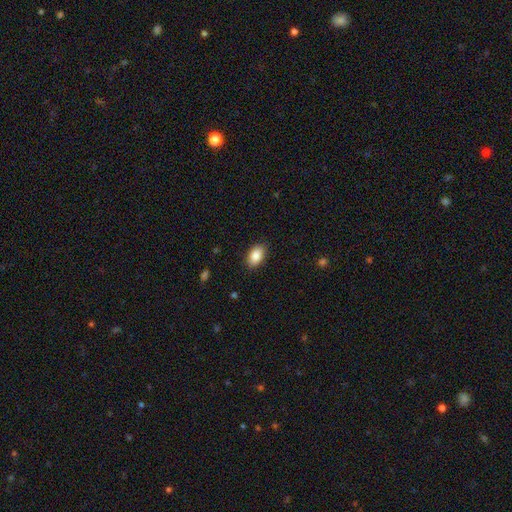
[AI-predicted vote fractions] Q: Smooth or featured?
A: smooth (88%); runner-up: star or artifact (7%)
Q: How rounded?
A: in between (92%); runner-up: round (7%)
Q: Merging?
A: none (88%); runner-up: minor disturbance (9%)